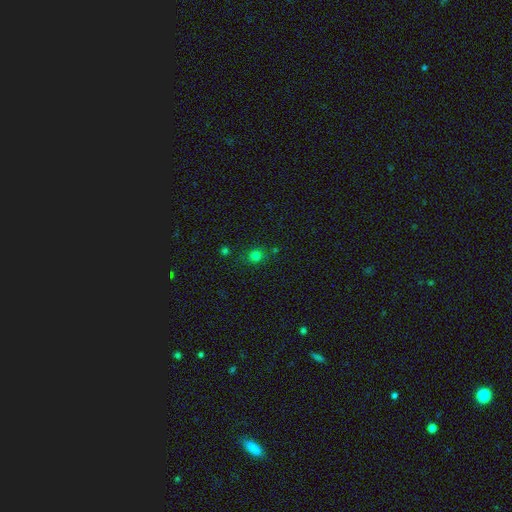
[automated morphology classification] Smooth or featured?
  - smooth: 75% *
  - star or artifact: 20%
  - featured or disk: 6%
How rounded?
  - round: 84% *
  - in between: 15%
  - cigar-shaped: 1%
Merging?
  - none: 80% *
  - minor disturbance: 12%
  - merger: 5%
  - major disturbance: 4%